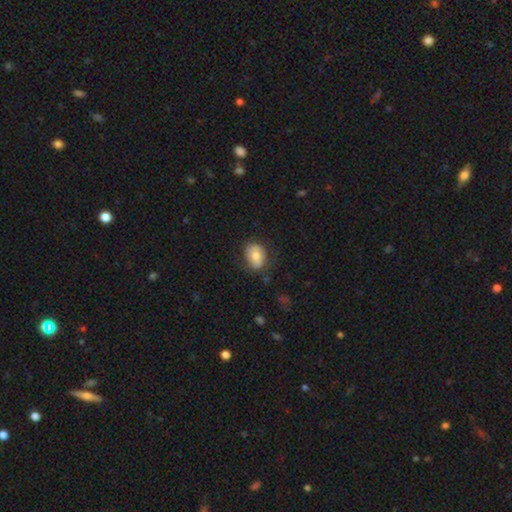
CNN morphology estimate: type=smooth (70%); roundness=in between (66%); merging=none (68%).